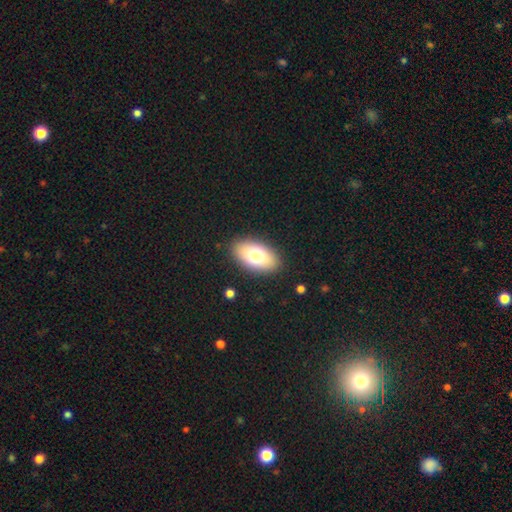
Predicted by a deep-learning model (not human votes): Overall: smooth (75%). How rounded: in between (92%). Merging: none (87%).